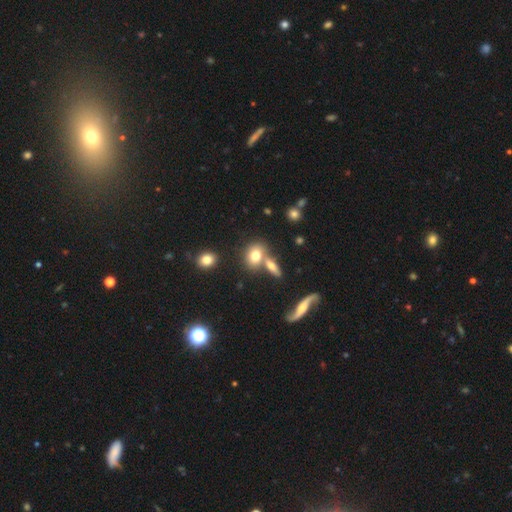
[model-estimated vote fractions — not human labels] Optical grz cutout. It shows a smooth galaxy with no disk features (73%) that is in between round and cigar-shaped (53%). Merging: none (52%).